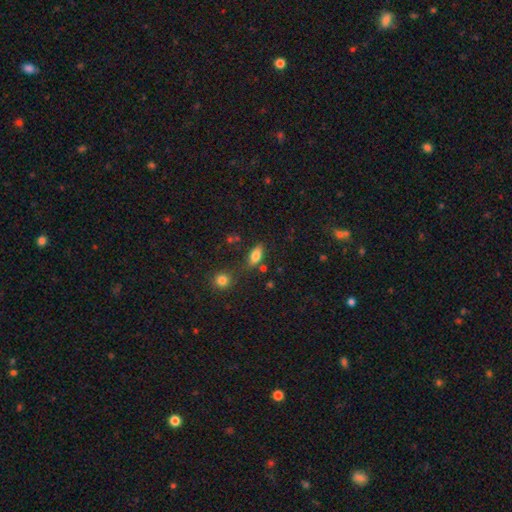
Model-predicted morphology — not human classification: smooth_or_featured: smooth (p=0.79) [alt: featured or disk p=0.12]
how_rounded: in between (p=0.83) [alt: cigar-shaped p=0.12]
merging: none (p=0.71) [alt: minor disturbance p=0.16]